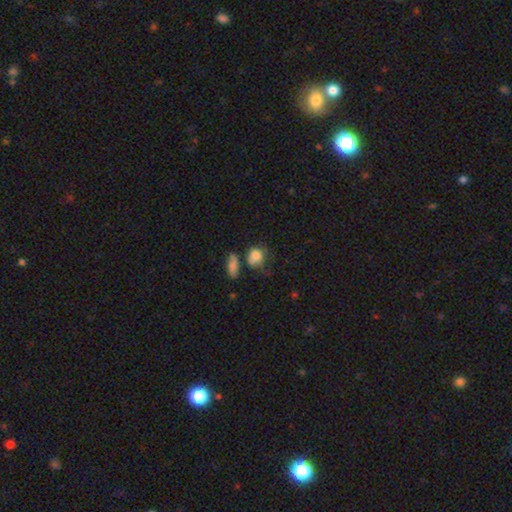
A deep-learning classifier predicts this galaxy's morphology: Overall: smooth (78%). How rounded: round (58%; in between 39%). Merging: none (41%; minor disturbance 27%).